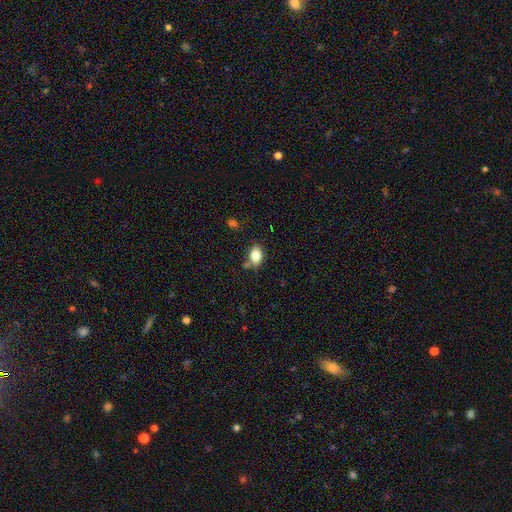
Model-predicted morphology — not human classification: Q: Smooth or featured?
A: smooth (83%); runner-up: star or artifact (9%)
Q: How rounded?
A: in between (79%); runner-up: round (19%)
Q: Merging?
A: none (73%); runner-up: minor disturbance (16%)